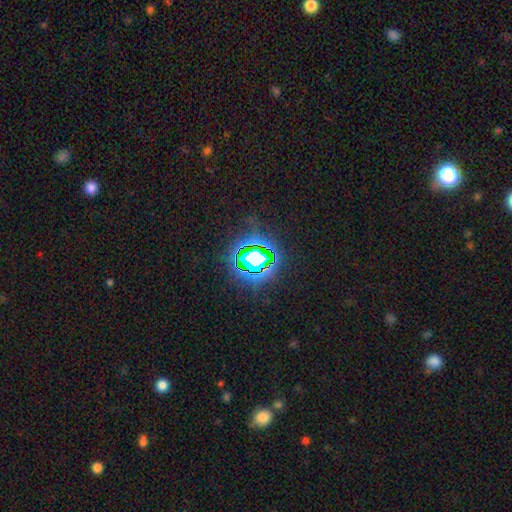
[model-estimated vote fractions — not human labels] Morphology: type=star or artifact (79%).